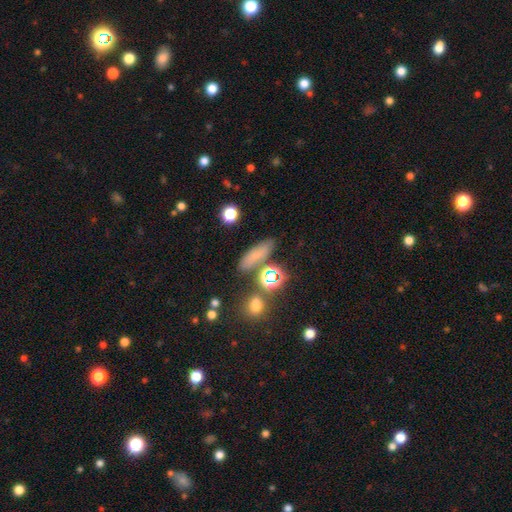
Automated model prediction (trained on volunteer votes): Morphology: type=smooth (67%); roundness=cigar-shaped (54%); merging=none (77%).